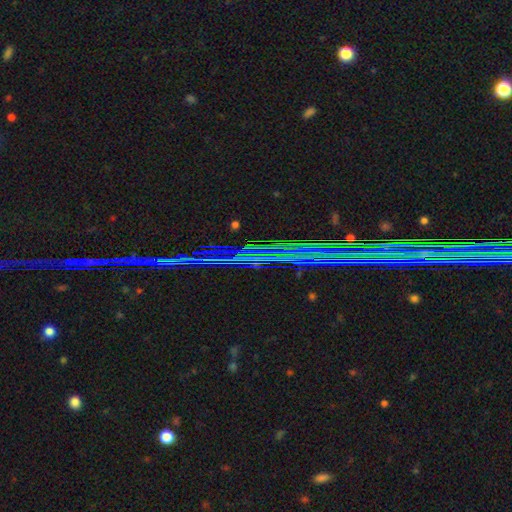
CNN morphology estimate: Smooth or featured? Predicted: star or artifact (p=0.85).